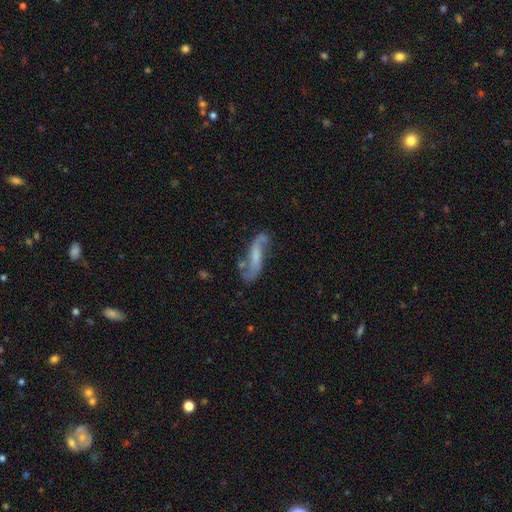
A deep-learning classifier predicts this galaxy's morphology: type=featured or disk (76%); edge-on=no (87%); bar=weak (37%); spiral arms=yes (91%); winding=loose (75%); arm count=2 (89%); bulge=none (38%); merging=none (56%).